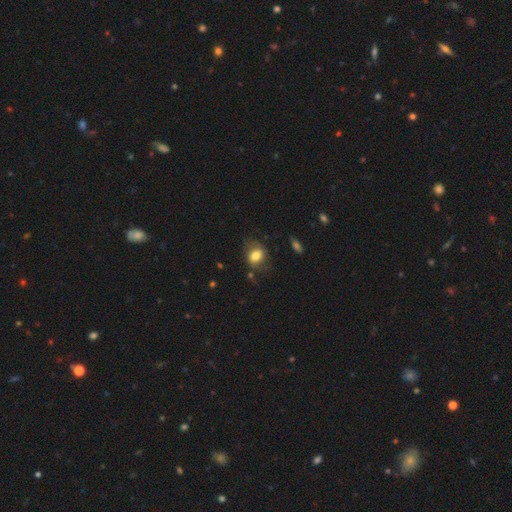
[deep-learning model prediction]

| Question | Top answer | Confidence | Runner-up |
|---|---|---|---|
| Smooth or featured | smooth | 74% | featured or disk (17%) |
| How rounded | in between | 59% | round (40%) |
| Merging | none | 61% | minor disturbance (24%) |